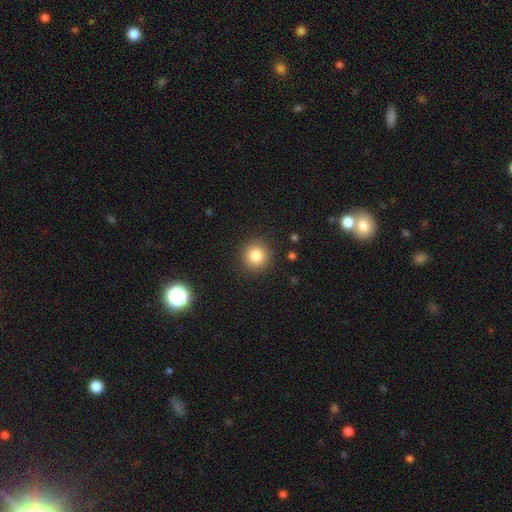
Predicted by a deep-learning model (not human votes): Smooth or featured? Predicted: smooth (p=0.83). How rounded? Predicted: round (p=0.94). Merging? Predicted: none (p=0.90).